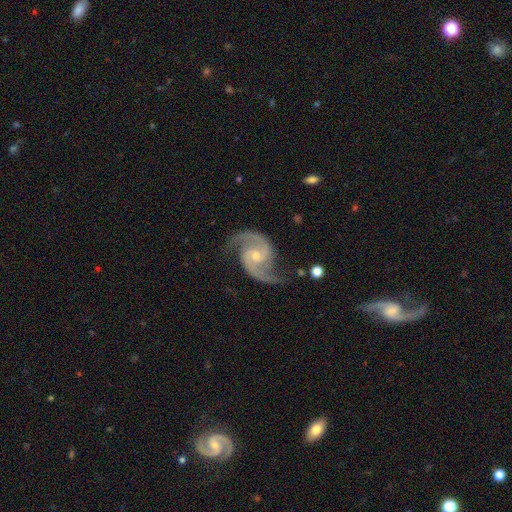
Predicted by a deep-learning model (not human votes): Q: Smooth or featured?
A: featured or disk (94%); runner-up: star or artifact (4%)
Q: Edge-on disk?
A: no (98%); runner-up: yes (2%)
Q: Bar?
A: no (55%); runner-up: weak (36%)
Q: Spiral arms?
A: yes (99%); runner-up: no (1%)
Q: Spiral winding?
A: medium (61%); runner-up: loose (23%)
Q: Spiral arm count?
A: 2 (94%); runner-up: 3 (1%)
Q: Bulge size?
A: small (53%); runner-up: moderate (42%)
Q: Merging?
A: none (78%); runner-up: minor disturbance (15%)